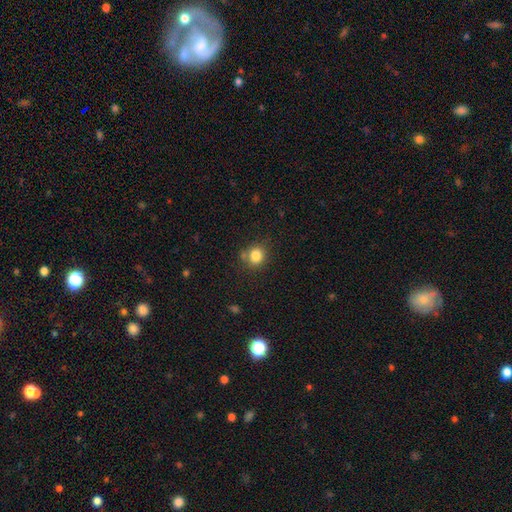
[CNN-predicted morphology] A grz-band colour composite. It shows a smooth galaxy with no disk features (83%) that is round (80%). Merging: none (74%).